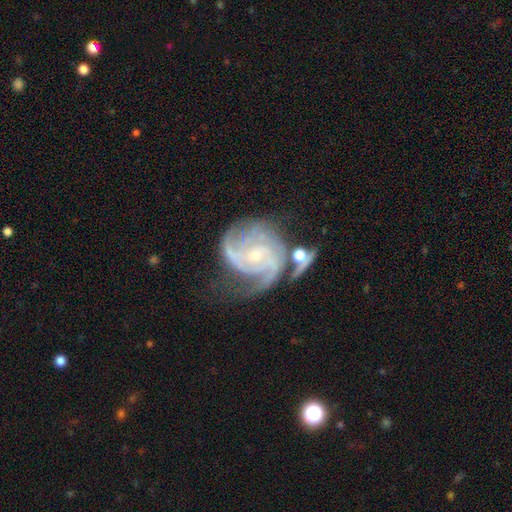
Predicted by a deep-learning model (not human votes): This is clearly a featured or disk galaxy (90%). It is clearly not viewed edge-on (98%). Bar: possibly no (59%). Spiral arm pattern: clearly yes (98%). Spiral arm count: marginally 3 (38%). Spiral winding: possibly tight (57%). Central bulge: likely small (75%). Merging: possibly none (51%).